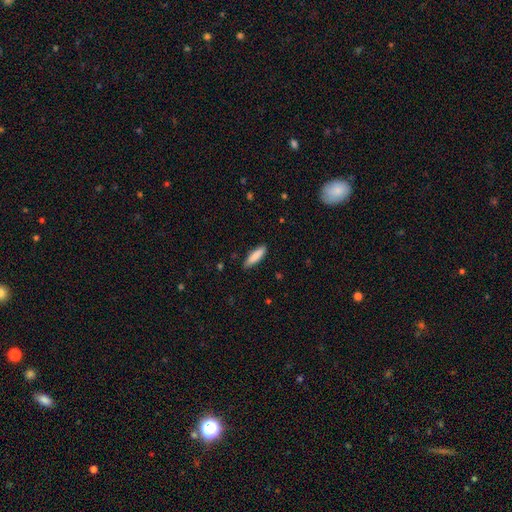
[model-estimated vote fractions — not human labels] A smooth galaxy with no disk features (87%) that is cigar-shaped (65%).

Vote fractions:
- Smooth or featured? smooth: 87% / featured or disk: 7% / star or artifact: 6%
- How rounded? cigar-shaped: 65% / in between: 34% / round: 1%
- Merging? none: 86% / minor disturbance: 11% / major disturbance: 2% / merger: 1%